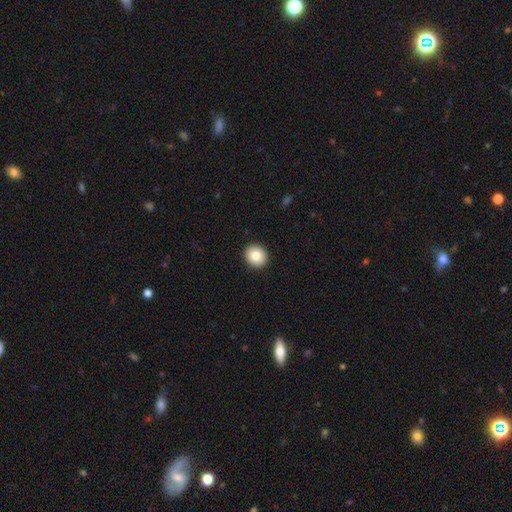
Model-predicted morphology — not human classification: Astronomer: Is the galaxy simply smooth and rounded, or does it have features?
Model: smooth — 83%.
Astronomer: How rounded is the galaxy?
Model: round — 87%.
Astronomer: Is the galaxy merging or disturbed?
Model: none — 93%.